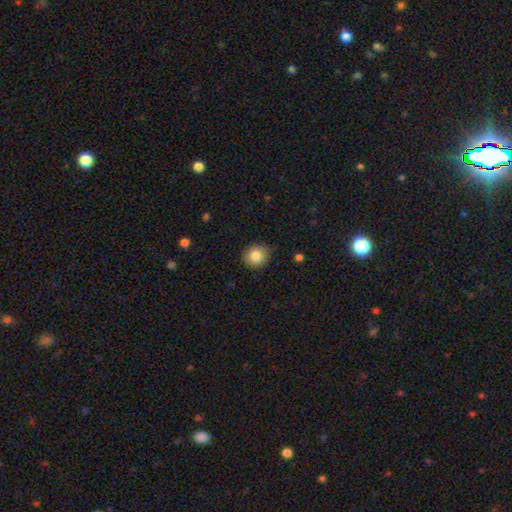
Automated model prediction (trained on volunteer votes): Overall: smooth (83%). How rounded: round (77%). Merging: none (87%).